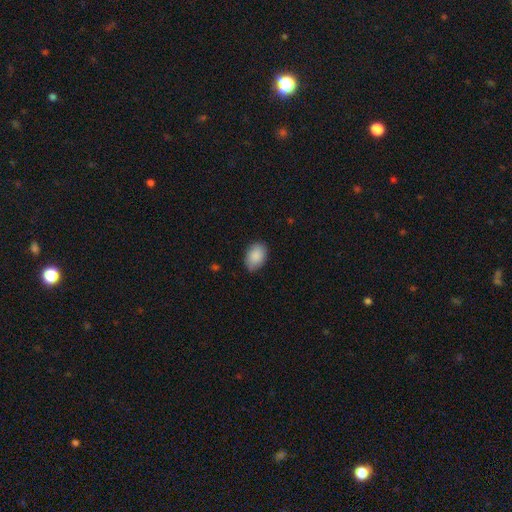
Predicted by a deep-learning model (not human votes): Smooth or featured?
  - smooth: 89% *
  - star or artifact: 6%
  - featured or disk: 4%
How rounded?
  - in between: 84% *
  - round: 15%
  - cigar-shaped: 1%
Merging?
  - none: 80% *
  - minor disturbance: 16%
  - major disturbance: 3%
  - merger: 1%